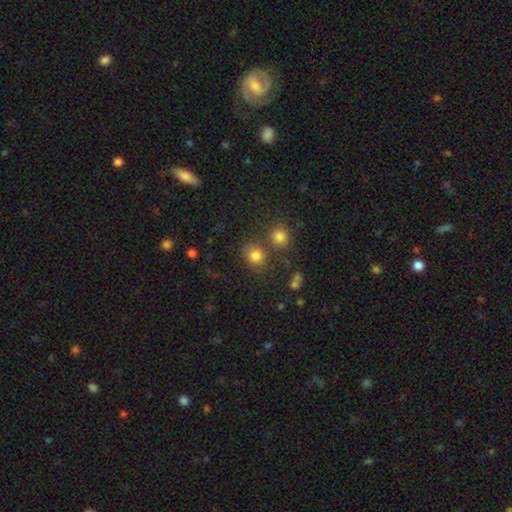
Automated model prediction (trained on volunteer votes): The model was most divided on "merging": none: 65%, merger: 19%, minor disturbance: 11%, major disturbance: 5%. More confident: smooth or featured — smooth (80%); how rounded — round (75%).